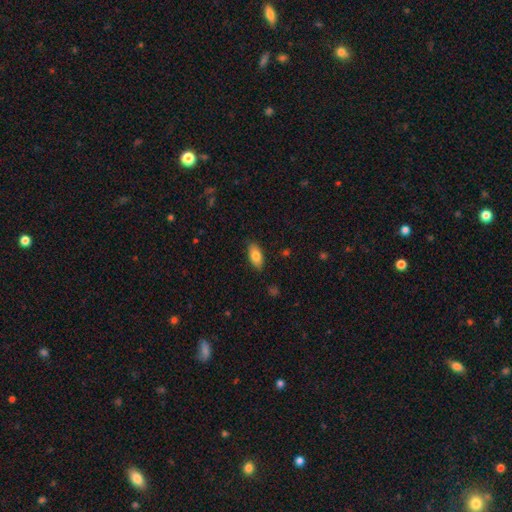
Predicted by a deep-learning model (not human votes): The model was most divided on "smooth or featured": smooth: 81%, featured or disk: 12%, star or artifact: 7%. More confident: how rounded — in between (90%); merging — none (85%).